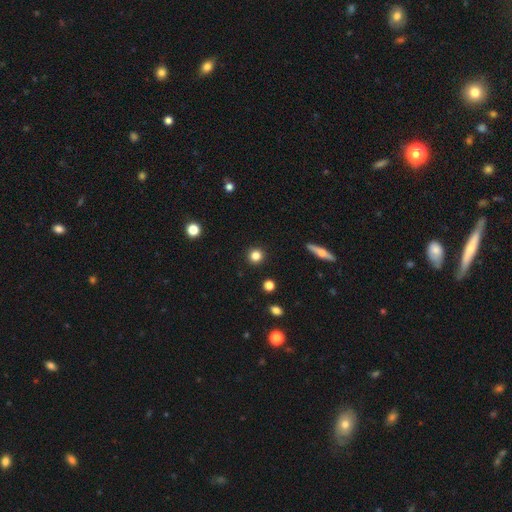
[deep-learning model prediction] Morphology: type=smooth (83%); roundness=round (94%); merging=none (92%).